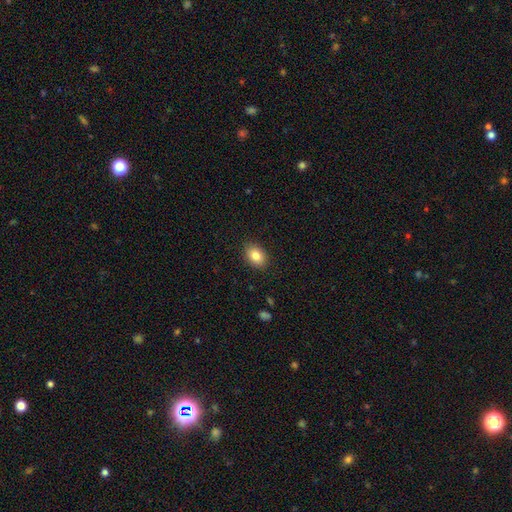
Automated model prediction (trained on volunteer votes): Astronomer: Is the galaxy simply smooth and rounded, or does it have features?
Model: smooth — 84%.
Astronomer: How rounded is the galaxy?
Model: in between — 80%.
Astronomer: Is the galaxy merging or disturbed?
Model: none — 88%.